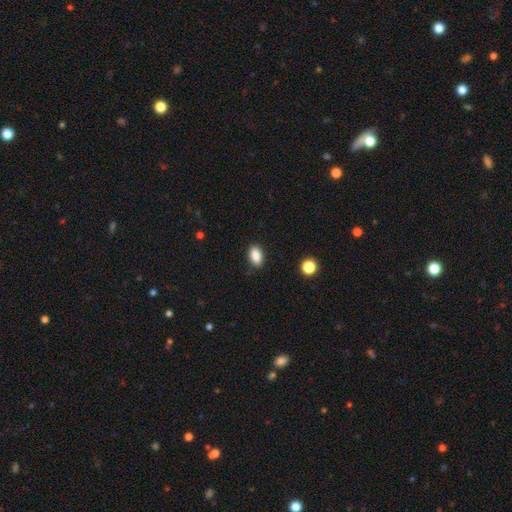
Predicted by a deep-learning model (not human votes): smooth 87%, star or artifact 9%, featured or disk 4%. Down the decision tree: how rounded — in between (89%); merging — none (88%).